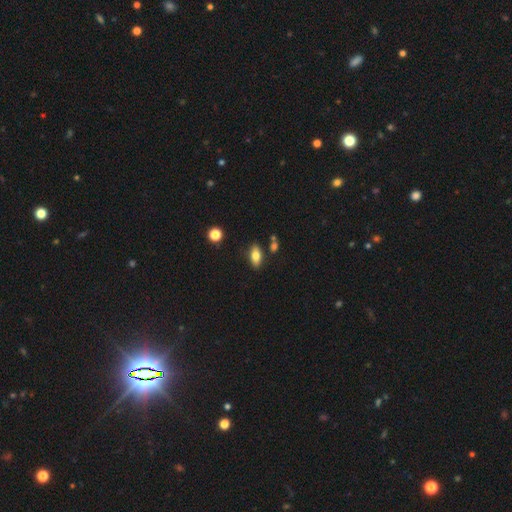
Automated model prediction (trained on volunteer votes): Q: Smooth or featured?
A: smooth (77%); runner-up: featured or disk (15%)
Q: How rounded?
A: in between (85%); runner-up: cigar-shaped (10%)
Q: Merging?
A: none (81%); runner-up: minor disturbance (11%)